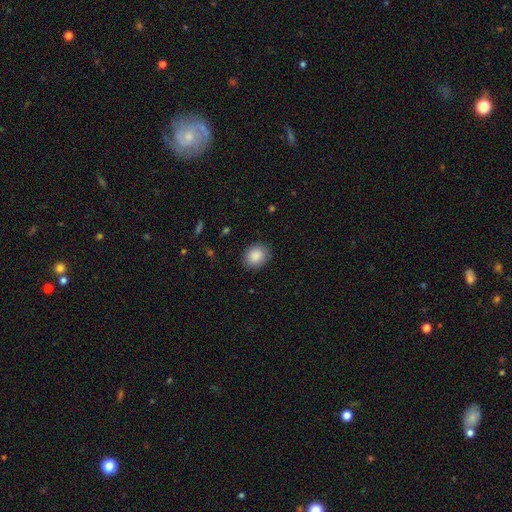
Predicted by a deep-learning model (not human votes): smooth-or-featured: smooth: 89% | star or artifact: 7% | featured or disk: 4%
  how-rounded: round: 60% | in between: 39% | cigar-shaped: 1%
  merging: none: 88% | minor disturbance: 9% | major disturbance: 2% | merger: 1%